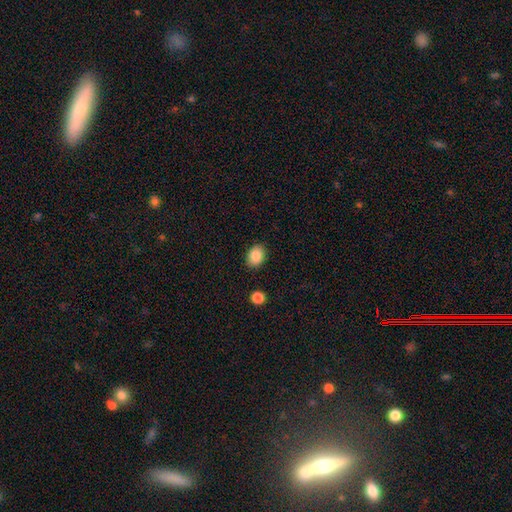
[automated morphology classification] Smooth or featured? smooth (88%)
How rounded? in between (71%)
Merging? none (87%)